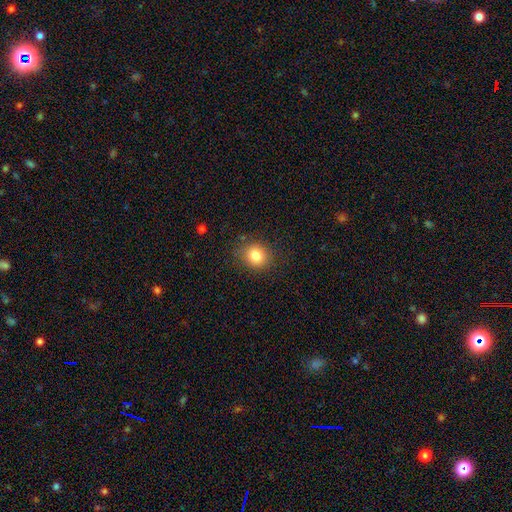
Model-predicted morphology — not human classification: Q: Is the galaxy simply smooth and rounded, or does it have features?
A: smooth — 82%.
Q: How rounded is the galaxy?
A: round — 80%.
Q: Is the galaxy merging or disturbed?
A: none — 86%.